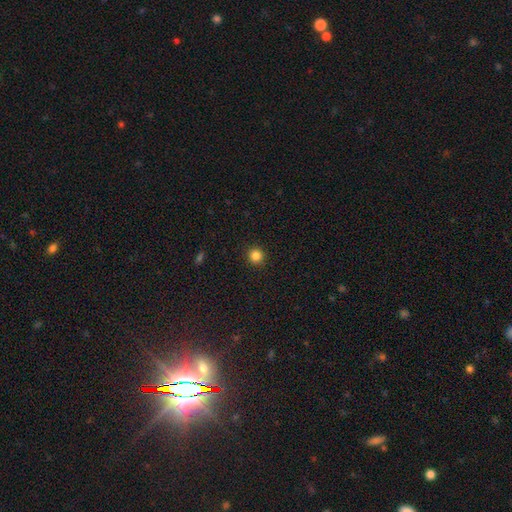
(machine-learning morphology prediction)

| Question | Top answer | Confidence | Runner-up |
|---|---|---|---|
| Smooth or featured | smooth | 84% | star or artifact (12%) |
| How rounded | round | 95% | in between (4%) |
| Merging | none | 93% | minor disturbance (5%) |